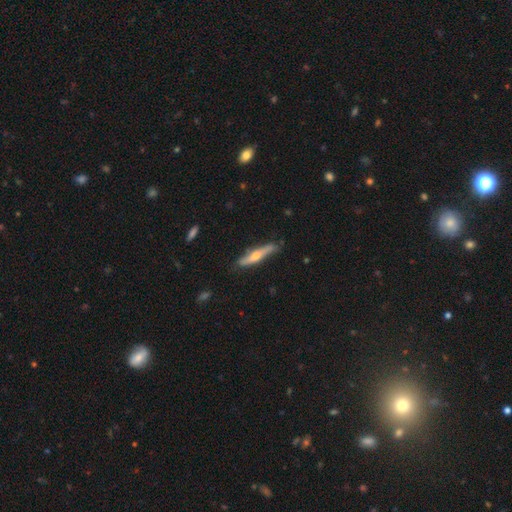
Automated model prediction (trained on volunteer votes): Morphology: type=featured or disk (61%); edge-on=yes (90%); edge-on bulge=rounded (90%); merging=none (81%).